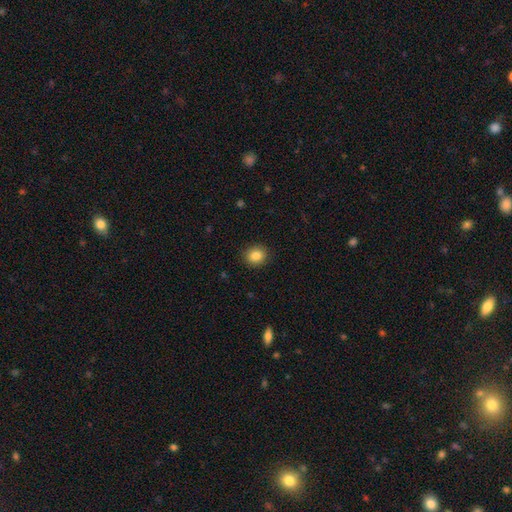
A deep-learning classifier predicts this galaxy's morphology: Smooth or featured?
  - smooth: 85% *
  - star or artifact: 9%
  - featured or disk: 6%
How rounded?
  - round: 72% *
  - in between: 27%
  - cigar-shaped: 1%
Merging?
  - none: 90% *
  - minor disturbance: 7%
  - major disturbance: 2%
  - merger: 1%